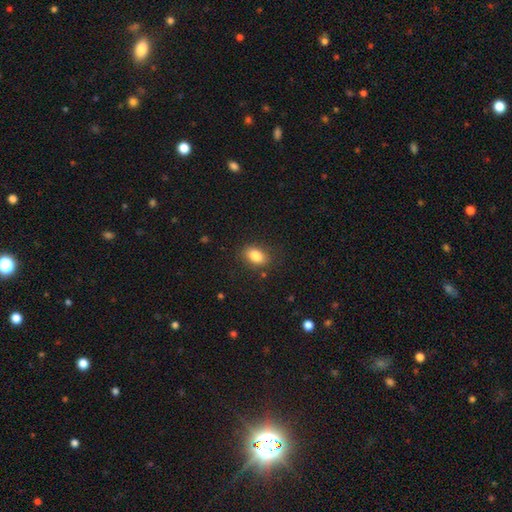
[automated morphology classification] A smooth galaxy with no disk features (83%) that is in between round and cigar-shaped (83%).

Vote fractions:
- Smooth or featured? smooth: 83% / star or artifact: 9% / featured or disk: 8%
- How rounded? in between: 83% / round: 15% / cigar-shaped: 2%
- Merging? none: 84% / minor disturbance: 11% / major disturbance: 3% / merger: 1%